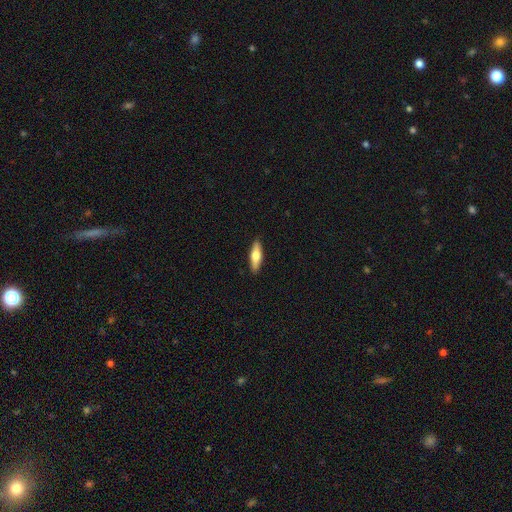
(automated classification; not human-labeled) Q: Smooth or featured?
A: smooth (56%); runner-up: featured or disk (38%)
Q: How rounded?
A: cigar-shaped (54%); runner-up: in between (43%)
Q: Merging?
A: none (90%); runner-up: minor disturbance (8%)